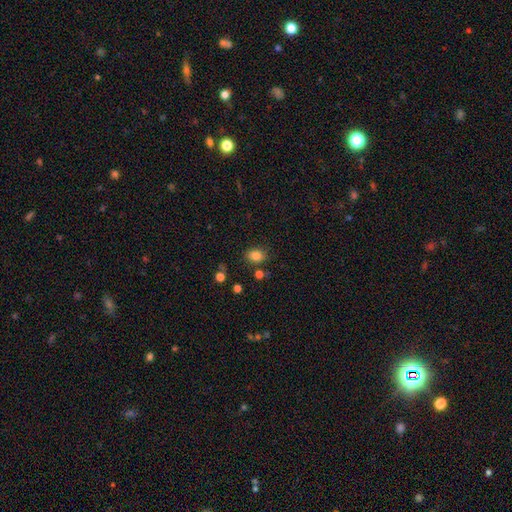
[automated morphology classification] Smooth or featured: smooth — 83% (star or artifact — 11%)
How rounded: in between — 60% (round — 39%)
Merging: none — 79% (minor disturbance — 13%)